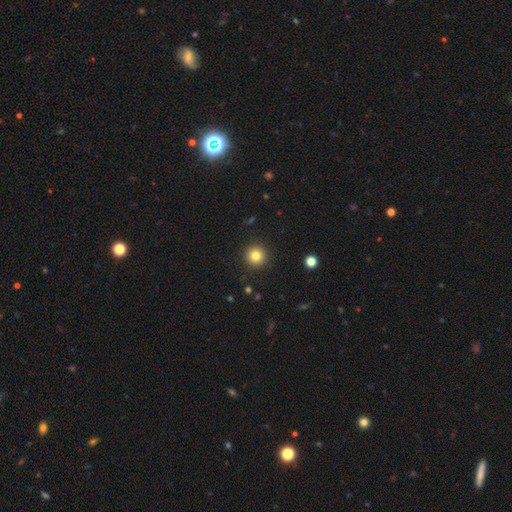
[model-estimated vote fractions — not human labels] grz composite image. It shows a smooth galaxy with no disk features (82%) that is round (96%). Merging: none (92%).